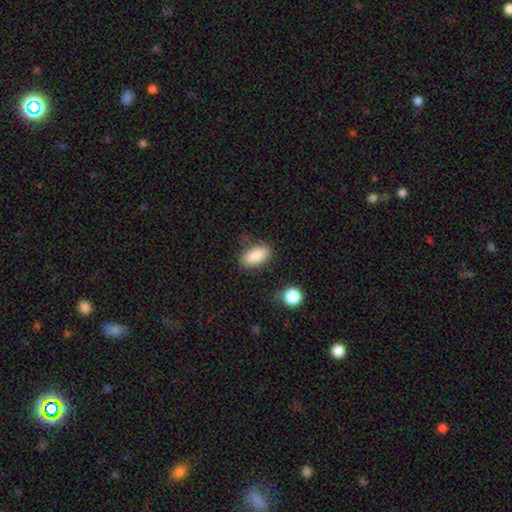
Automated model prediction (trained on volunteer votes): Smooth or featured?
  - smooth: 88% *
  - star or artifact: 7%
  - featured or disk: 5%
How rounded?
  - in between: 90% *
  - cigar-shaped: 7%
  - round: 4%
Merging?
  - none: 80% *
  - minor disturbance: 13%
  - major disturbance: 4%
  - merger: 3%